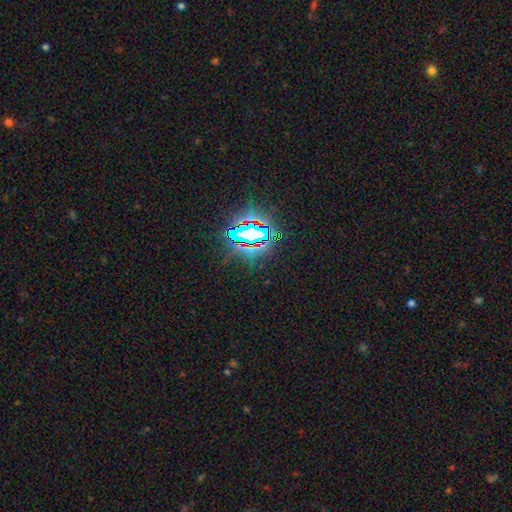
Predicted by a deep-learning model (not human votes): Q: Smooth or featured?
A: star or artifact (83%); runner-up: smooth (10%)